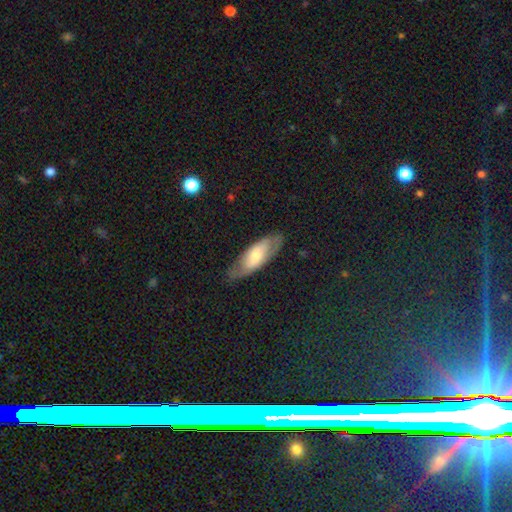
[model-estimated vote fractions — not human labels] smooth-or-featured: smooth: 53% | featured or disk: 41% | star or artifact: 6%
  how-rounded: in between: 70% | cigar-shaped: 28% | round: 2%
  merging: none: 75% | minor disturbance: 18% | major disturbance: 6% | merger: 1%